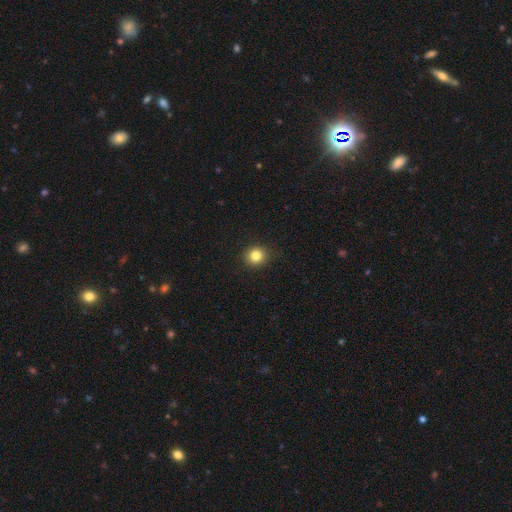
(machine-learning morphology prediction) The model was most divided on "smooth or featured": smooth: 83%, star or artifact: 12%, featured or disk: 6%. More confident: merging — none (91%); how rounded — round (86%).